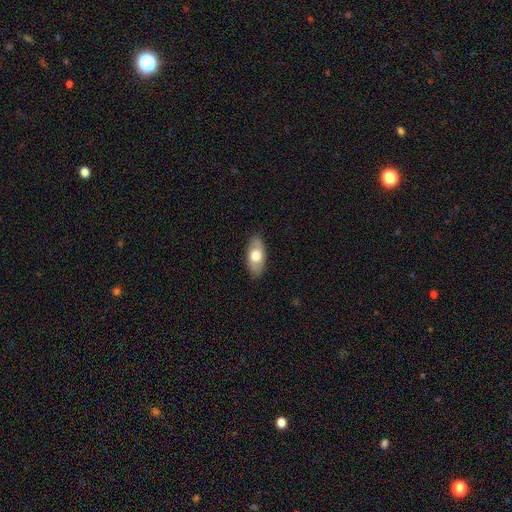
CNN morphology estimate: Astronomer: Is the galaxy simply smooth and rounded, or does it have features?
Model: smooth — 63%.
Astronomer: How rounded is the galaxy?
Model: in between — 89%.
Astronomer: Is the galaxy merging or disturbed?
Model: none — 85%.